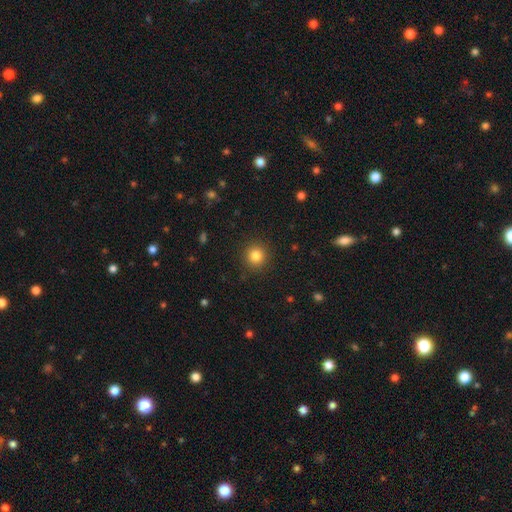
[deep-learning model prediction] Smooth or featured?
  - smooth: 83% *
  - star or artifact: 12%
  - featured or disk: 5%
How rounded?
  - round: 93% *
  - in between: 6%
  - cigar-shaped: 1%
Merging?
  - none: 91% *
  - minor disturbance: 6%
  - major disturbance: 2%
  - merger: 1%